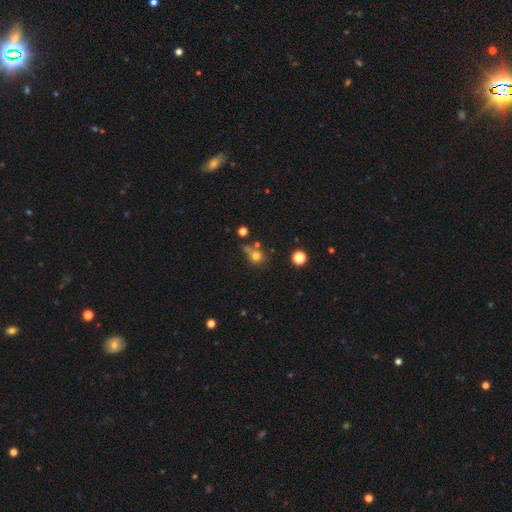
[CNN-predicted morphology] Smooth or featured? smooth (73%)
How rounded? round (84%)
Merging? none (52%)